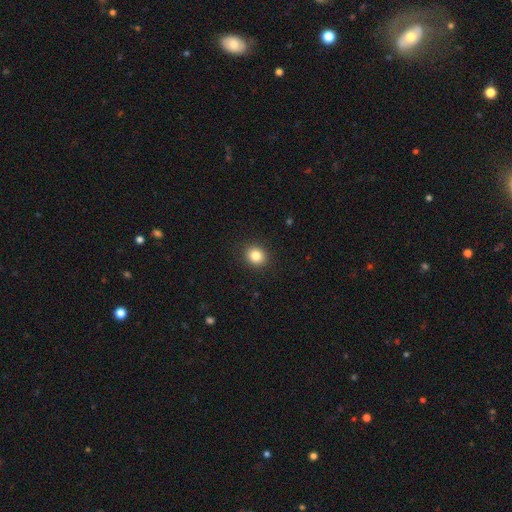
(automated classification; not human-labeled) Smooth or featured?
  - smooth: 85% *
  - star or artifact: 10%
  - featured or disk: 5%
How rounded?
  - round: 76% *
  - in between: 24%
  - cigar-shaped: 1%
Merging?
  - none: 91% *
  - minor disturbance: 6%
  - major disturbance: 2%
  - merger: 1%